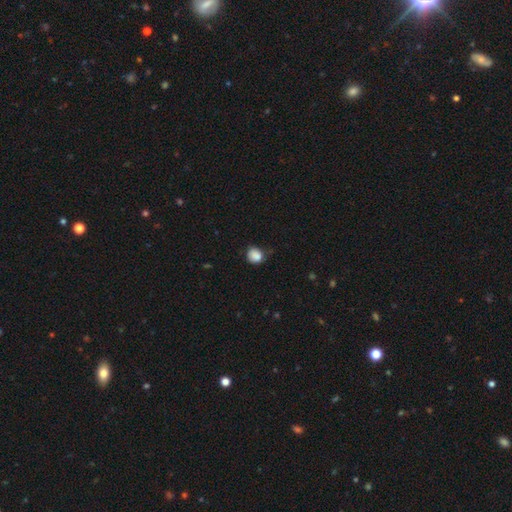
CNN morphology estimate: smooth-or-featured: smooth: 86% | star or artifact: 9% | featured or disk: 5%
  how-rounded: round: 71% | in between: 28% | cigar-shaped: 1%
  merging: none: 60% | minor disturbance: 30% | major disturbance: 7% | merger: 3%